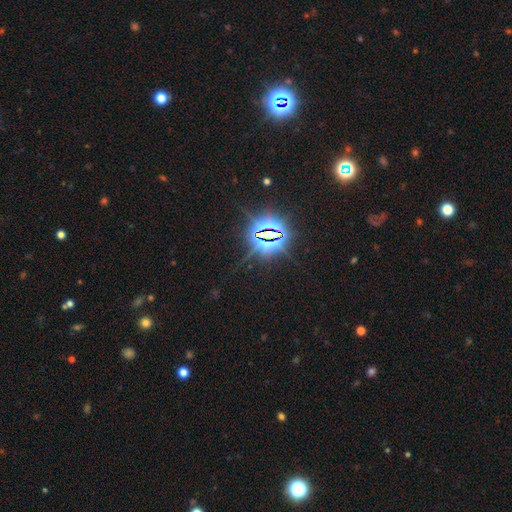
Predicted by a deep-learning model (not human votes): This is clearly a star or artifact rather than a galaxy (82%).